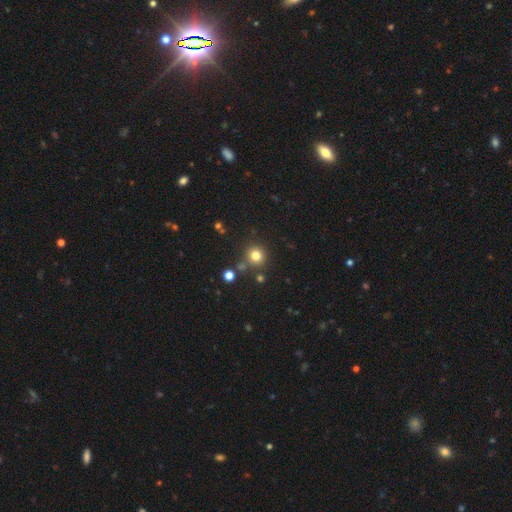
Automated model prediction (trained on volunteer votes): smooth 78%, star or artifact 16%, featured or disk 7%. Down the decision tree: how rounded — round (93%); merging — none (81%).